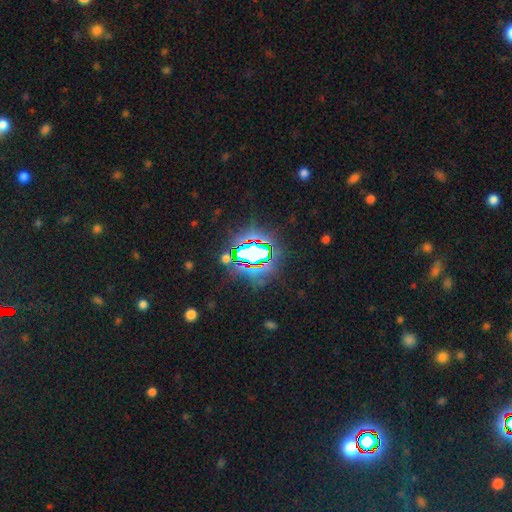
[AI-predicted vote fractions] smooth_or_featured: star or artifact (p=0.82) [alt: smooth p=0.10]